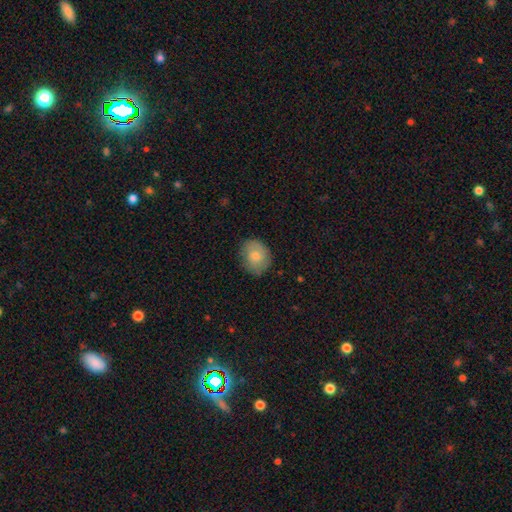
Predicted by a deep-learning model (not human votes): Smooth or featured?
  - smooth: 75% *
  - featured or disk: 18%
  - star or artifact: 7%
How rounded?
  - round: 51% *
  - in between: 48%
  - cigar-shaped: 1%
Merging?
  - none: 77% *
  - minor disturbance: 18%
  - major disturbance: 4%
  - merger: 1%